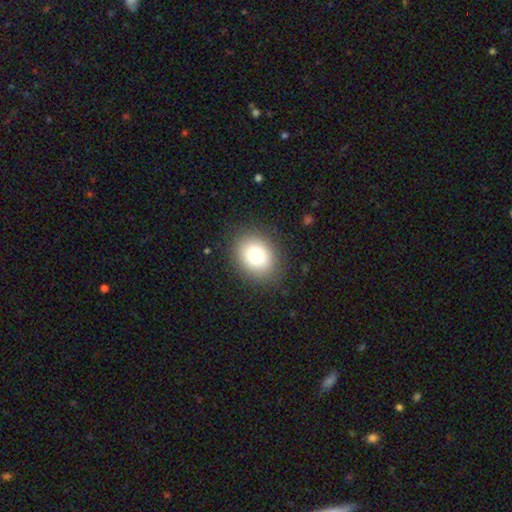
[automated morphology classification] Smooth or featured?
  - smooth: 81% *
  - star or artifact: 10%
  - featured or disk: 10%
How rounded?
  - round: 52% *
  - in between: 47%
  - cigar-shaped: 1%
Merging?
  - none: 86% *
  - minor disturbance: 9%
  - major disturbance: 4%
  - merger: 1%